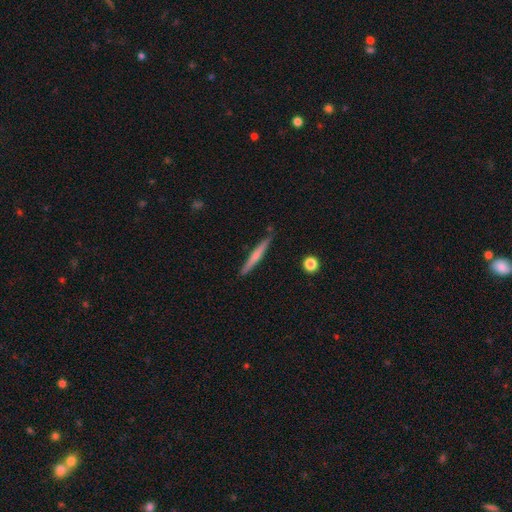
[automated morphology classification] type=smooth (51%); roundness=cigar-shaped (96%); merging=none (87%).